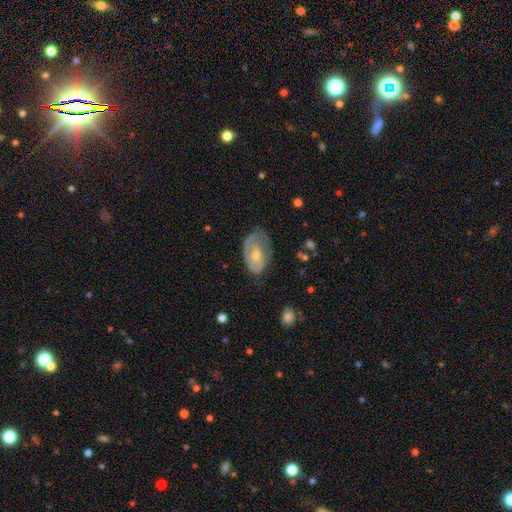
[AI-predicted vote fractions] Q: Smooth or featured?
A: featured or disk (70%); runner-up: smooth (24%)
Q: Edge-on disk?
A: no (94%); runner-up: yes (6%)
Q: Bar?
A: no (68%); runner-up: weak (26%)
Q: Spiral arms?
A: yes (74%); runner-up: no (26%)
Q: Bulge size?
A: moderate (52%); runner-up: small (43%)
Q: Merging?
A: none (60%); runner-up: minor disturbance (26%)